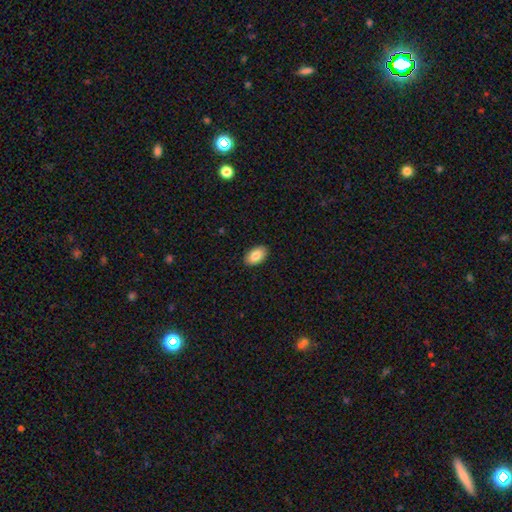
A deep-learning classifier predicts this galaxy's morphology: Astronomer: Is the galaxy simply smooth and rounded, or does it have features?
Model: smooth — 84%.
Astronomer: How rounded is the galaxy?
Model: in between — 94%.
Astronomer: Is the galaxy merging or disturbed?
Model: none — 90%.